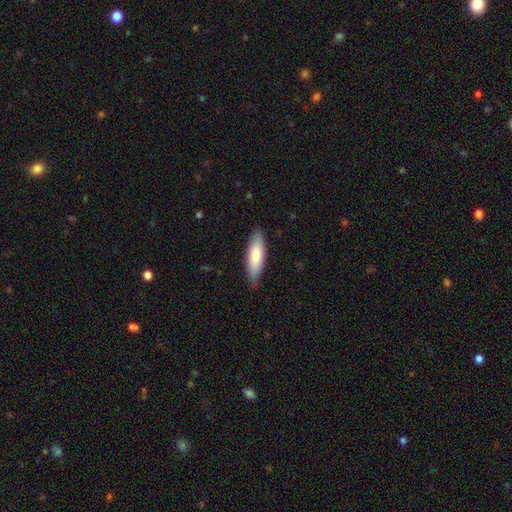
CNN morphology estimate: type=smooth (80%); roundness=cigar-shaped (50%); merging=none (83%).